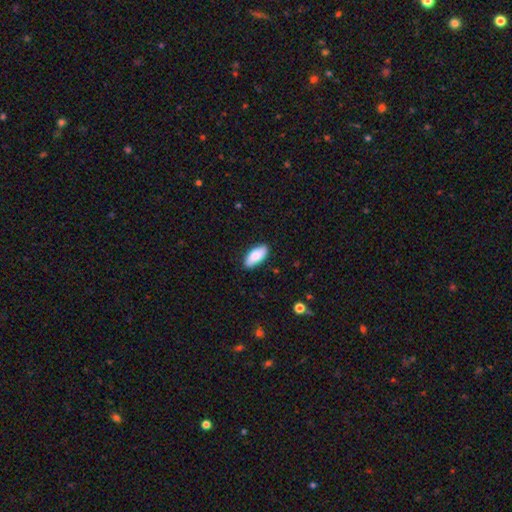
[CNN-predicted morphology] This appears to be a smooth galaxy with no disk features (85%) that is in between round and cigar-shaped (88%). Merging: none (87%).